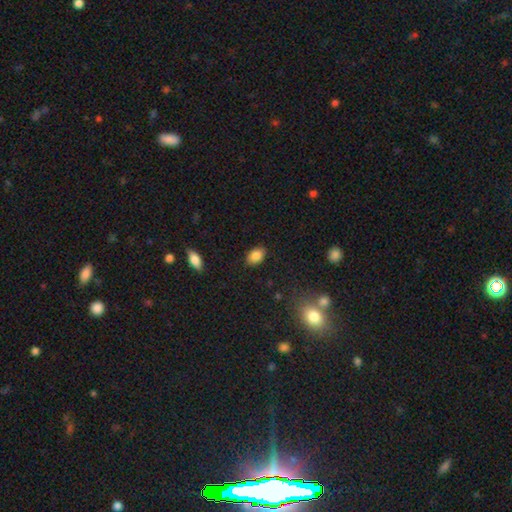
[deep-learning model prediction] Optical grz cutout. It shows a smooth galaxy with no disk features (86%) that is in between round and cigar-shaped (87%). Merging: none (86%).